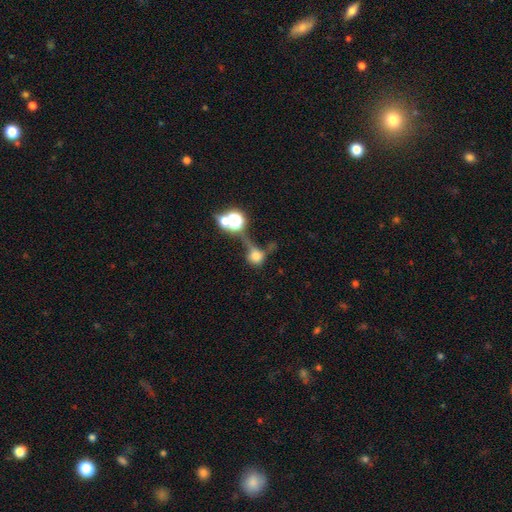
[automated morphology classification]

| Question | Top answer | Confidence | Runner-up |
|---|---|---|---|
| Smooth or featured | smooth | 62% | star or artifact (20%) |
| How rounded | round | 79% | in between (18%) |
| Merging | none | 31% | merger (27%) |